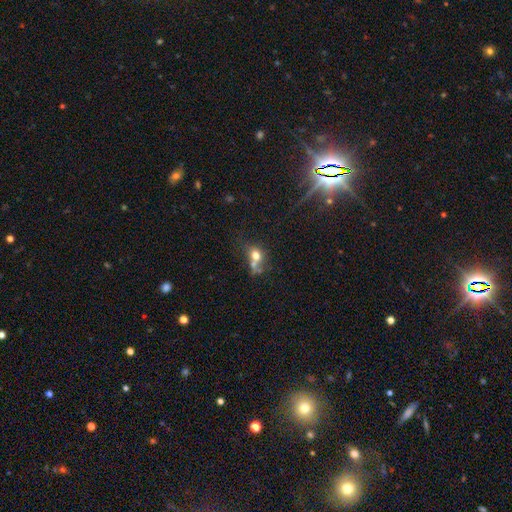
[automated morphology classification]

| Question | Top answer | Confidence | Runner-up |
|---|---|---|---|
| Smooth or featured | smooth | 68% | featured or disk (19%) |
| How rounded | round | 58% | in between (40%) |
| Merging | merger | 44% | none (31%) |